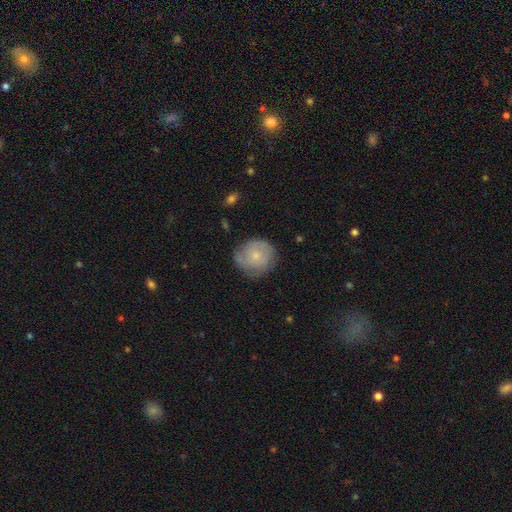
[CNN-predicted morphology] Smooth or featured? Predicted: smooth (p=0.62). How rounded? Predicted: round (p=0.91). Merging? Predicted: none (p=0.70).